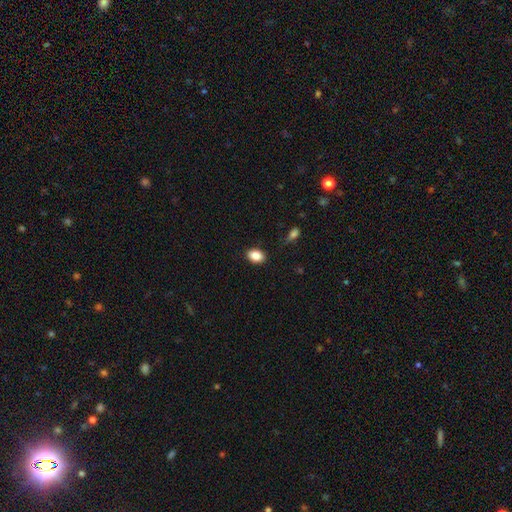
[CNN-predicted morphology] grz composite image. It shows a smooth galaxy with no disk features (87%) that is in between round and cigar-shaped (79%). Merging: none (86%).